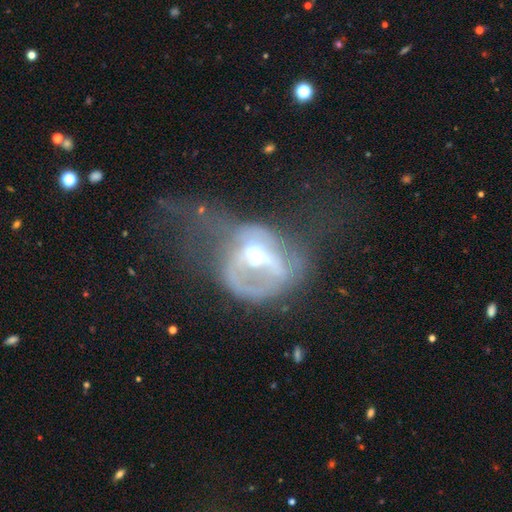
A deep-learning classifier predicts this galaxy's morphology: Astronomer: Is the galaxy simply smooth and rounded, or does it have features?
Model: featured or disk — 68%.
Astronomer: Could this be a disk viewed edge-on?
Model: no — 96%.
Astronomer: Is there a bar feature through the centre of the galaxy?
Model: no — 56%.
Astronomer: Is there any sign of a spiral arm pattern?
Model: no — 56% (runner-up: yes, 44%).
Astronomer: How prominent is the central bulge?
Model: moderate — 69%.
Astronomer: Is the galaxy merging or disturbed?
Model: major disturbance — 60%.